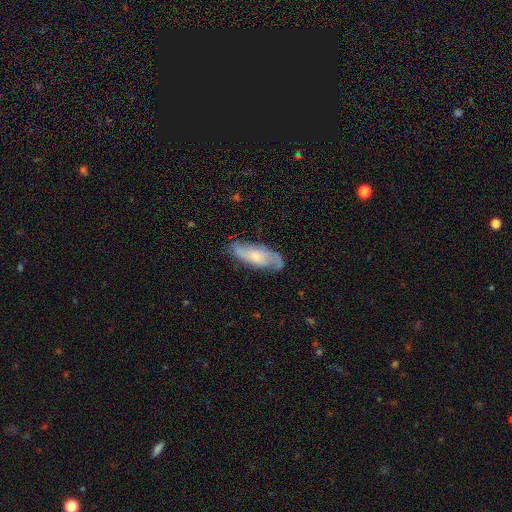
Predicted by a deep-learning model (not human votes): This is likely a featured or disk galaxy (63%). It is clearly not viewed edge-on (85%). Bar: likely no (67%). Spiral arm pattern: clearly yes (90%). Central bulge: possibly small (49%). Merging: likely none (71%).